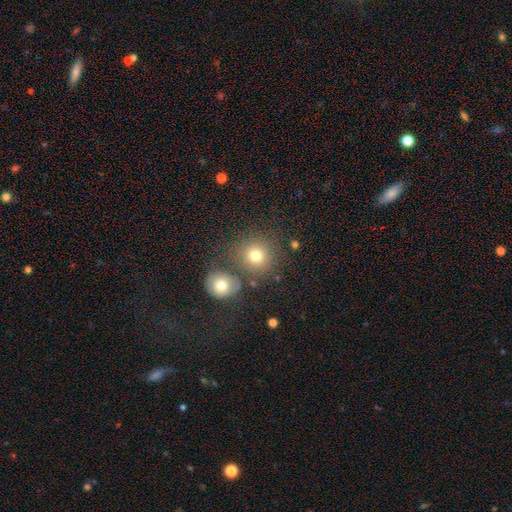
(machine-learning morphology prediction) smooth 76%, star or artifact 15%, featured or disk 10%. Down the decision tree: how rounded — round (89%); merging — none (71%).